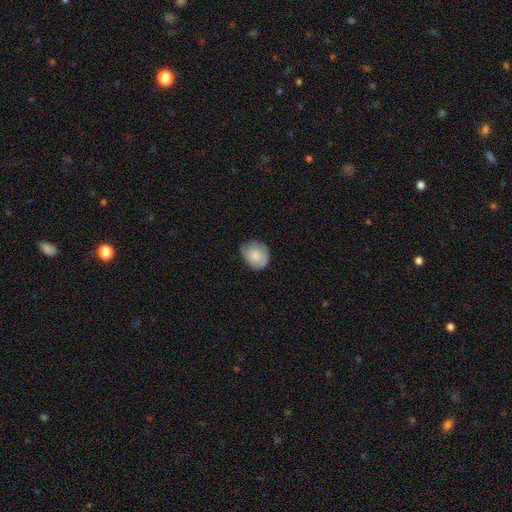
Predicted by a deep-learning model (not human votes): This appears to be a smooth galaxy with no disk features (79%) that is round (61%). Merging: none (55%).